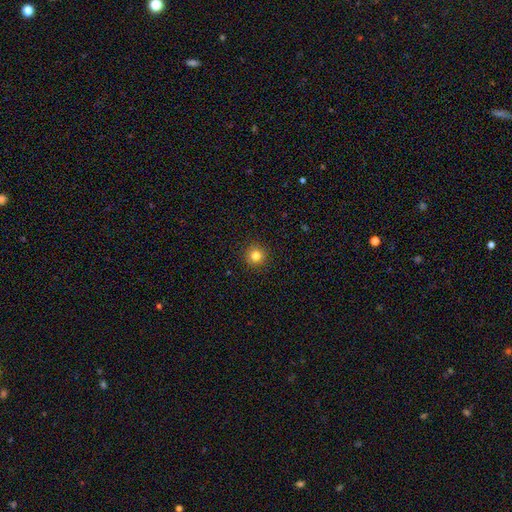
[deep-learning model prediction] A smooth galaxy with no disk features (82%) that is round (95%). Merging: none (92%).